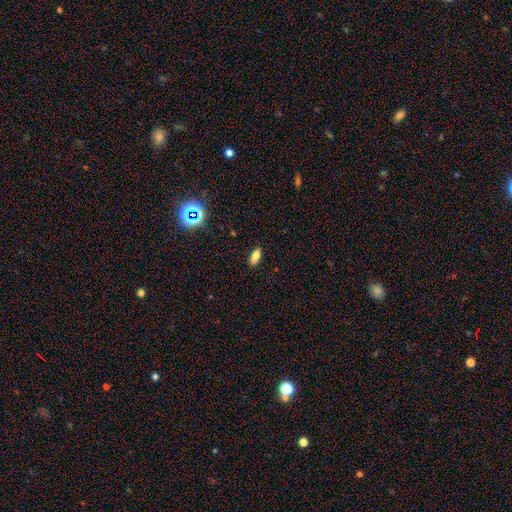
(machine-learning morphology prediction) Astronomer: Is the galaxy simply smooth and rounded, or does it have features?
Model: smooth — 74%.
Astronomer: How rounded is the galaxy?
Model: in between — 83%.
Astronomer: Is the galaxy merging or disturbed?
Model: none — 88%.